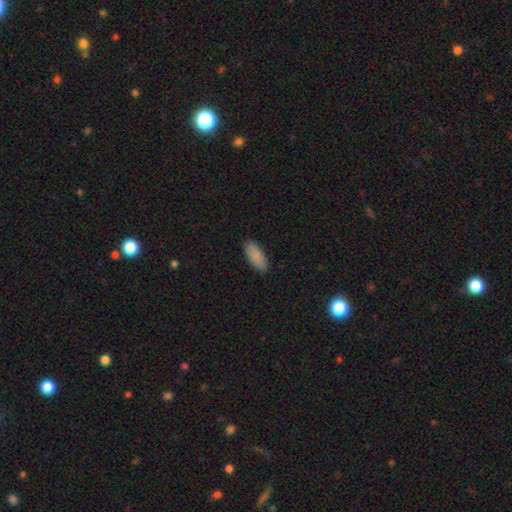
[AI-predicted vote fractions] smooth_or_featured: smooth (p=0.89) [alt: star or artifact p=0.06]
how_rounded: in between (p=0.83) [alt: cigar-shaped p=0.15]
merging: none (p=0.87) [alt: minor disturbance p=0.10]